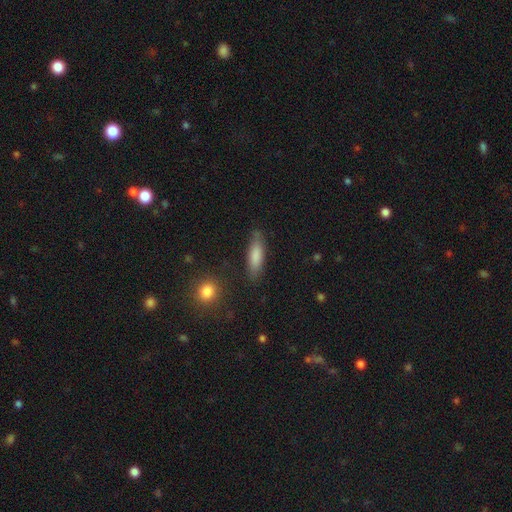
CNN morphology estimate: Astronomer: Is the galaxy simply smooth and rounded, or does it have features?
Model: smooth — 81%.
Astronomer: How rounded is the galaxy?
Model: cigar-shaped — 58% (runner-up: in between, 40%).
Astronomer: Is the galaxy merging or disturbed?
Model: none — 80%.